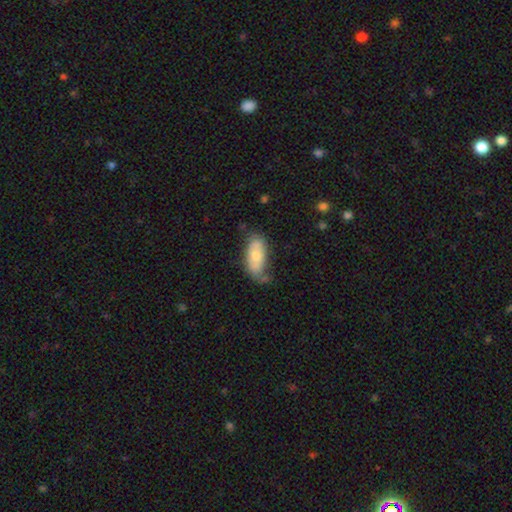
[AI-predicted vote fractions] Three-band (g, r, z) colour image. It shows a smooth galaxy with no disk features (65%) that is in between round and cigar-shaped (87%). Merging: none (52%).